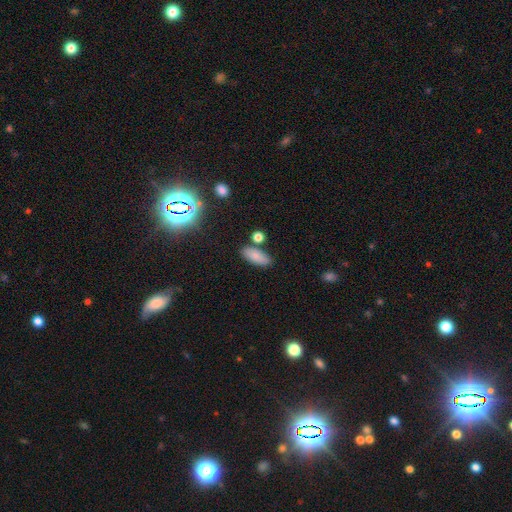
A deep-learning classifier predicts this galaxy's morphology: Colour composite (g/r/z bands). It shows a smooth galaxy with no disk features (81%) that is in between round and cigar-shaped (81%). Merging: none (74%).